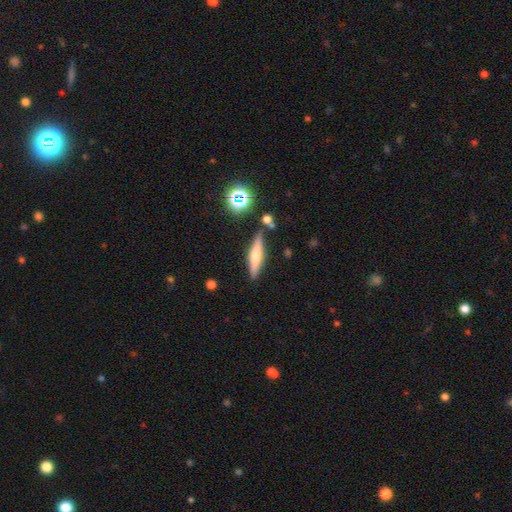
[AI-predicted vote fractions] Morphology: type=smooth (48%); merging=none (82%).